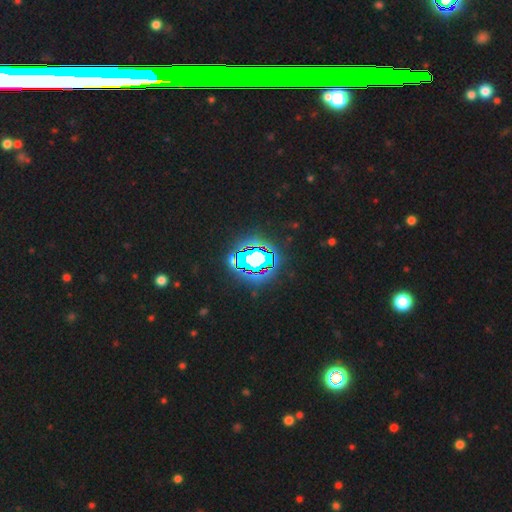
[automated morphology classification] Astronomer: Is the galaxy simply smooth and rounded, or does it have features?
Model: star or artifact — 71%.